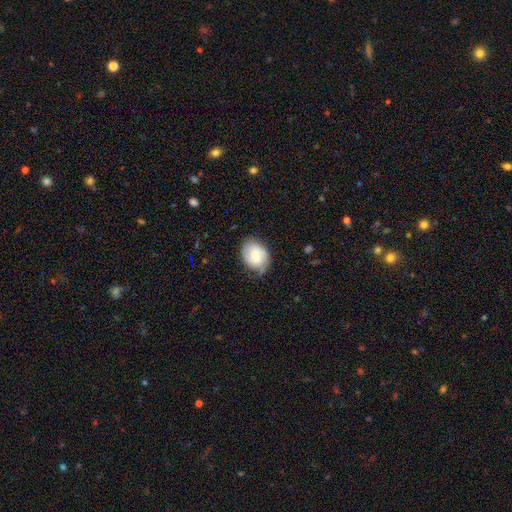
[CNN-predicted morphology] type=featured or disk (51%); edge-on=no (97%); merging=none (69%).